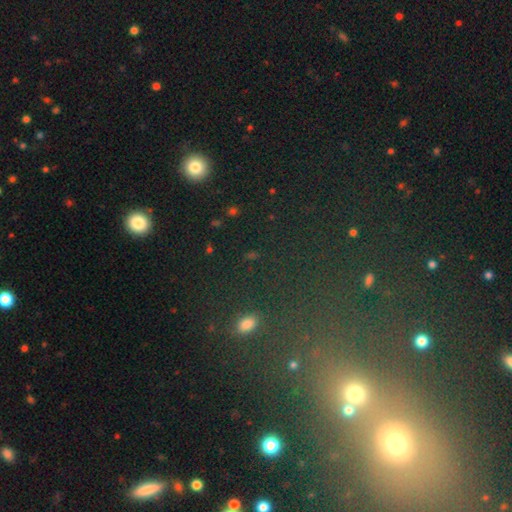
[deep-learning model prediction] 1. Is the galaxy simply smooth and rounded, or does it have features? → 52% star or artifact, 36% smooth, 12% featured or disk.